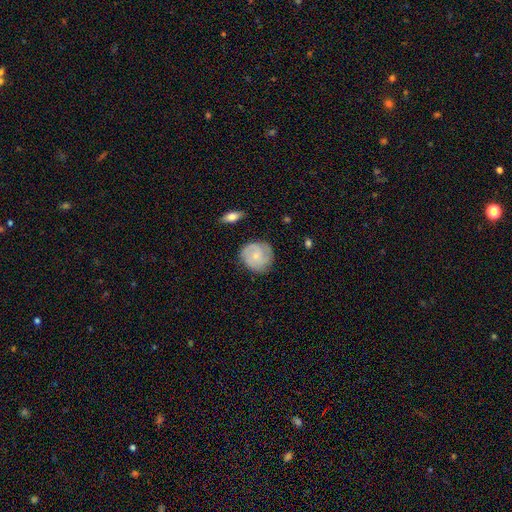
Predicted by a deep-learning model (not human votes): Smooth or featured: smooth — 51% (featured or disk — 42%)
How rounded: round — 86% (in between — 13%)
Merging: none — 73% (minor disturbance — 20%)